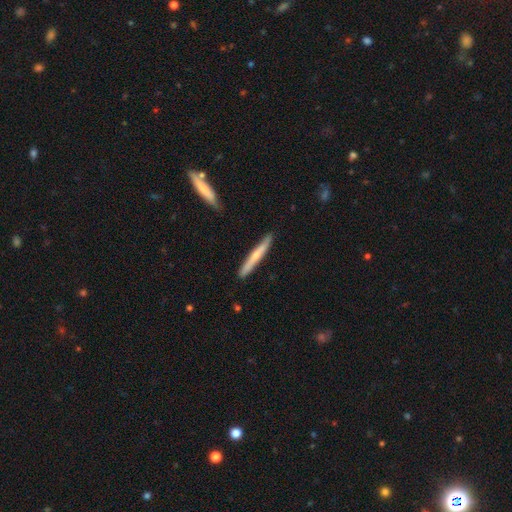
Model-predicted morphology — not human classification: Smooth or featured: smooth — 49% (featured or disk — 45%)
Merging: none — 87% (minor disturbance — 10%)